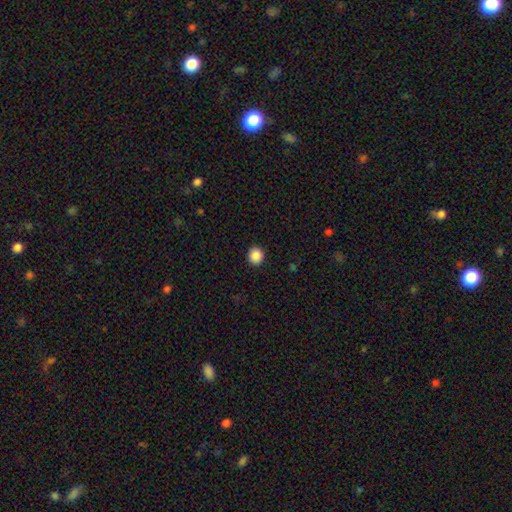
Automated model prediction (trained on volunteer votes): smooth_or_featured: smooth (p=0.88) [alt: star or artifact p=0.09]
how_rounded: round (p=0.87) [alt: in between p=0.12]
merging: none (p=0.92) [alt: minor disturbance p=0.05]